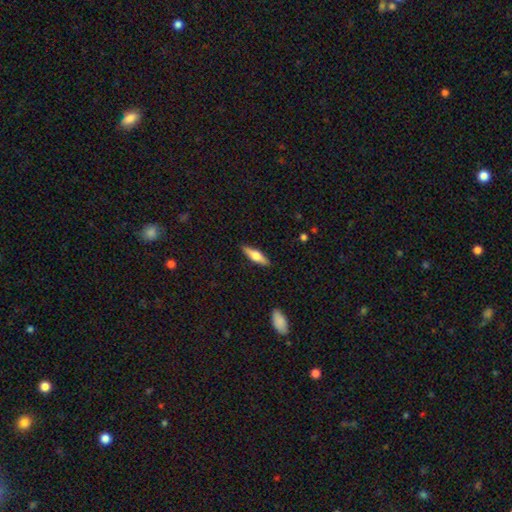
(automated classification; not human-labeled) Morphology: type=smooth (51%); roundness=cigar-shaped (62%); merging=none (89%).